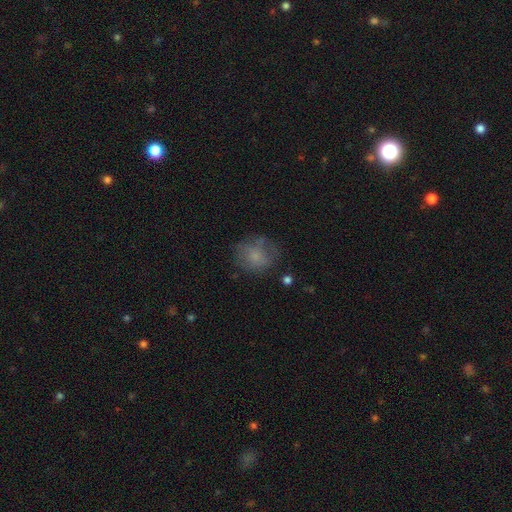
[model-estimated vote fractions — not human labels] Smooth or featured?
  - smooth: 67% *
  - featured or disk: 22%
  - star or artifact: 11%
How rounded?
  - round: 74% *
  - in between: 25%
  - cigar-shaped: 1%
Merging?
  - none: 61% *
  - minor disturbance: 23%
  - major disturbance: 14%
  - merger: 3%